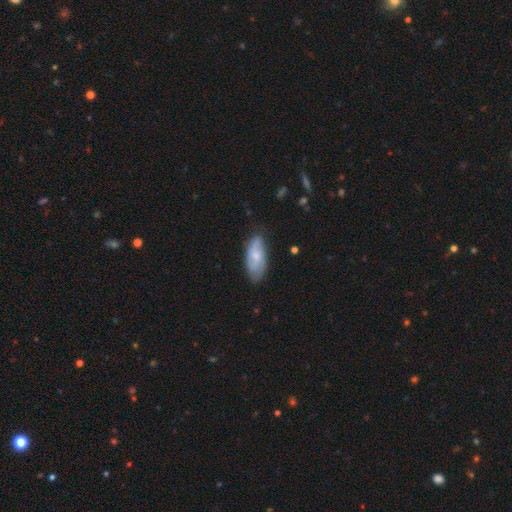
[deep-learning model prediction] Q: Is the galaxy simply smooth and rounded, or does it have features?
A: smooth — 51%.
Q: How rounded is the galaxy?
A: in between — 82%.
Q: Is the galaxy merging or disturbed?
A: none — 69%.